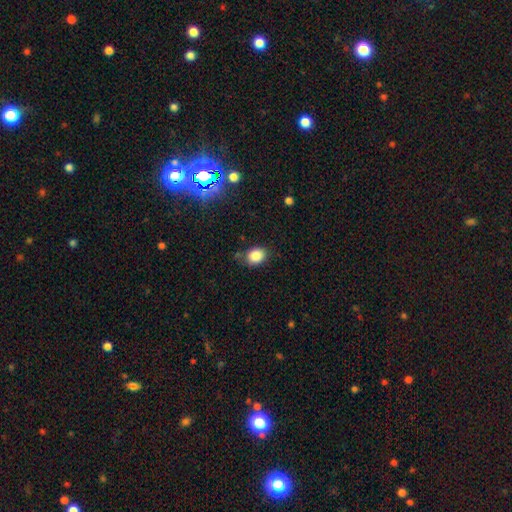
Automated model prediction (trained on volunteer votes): Smooth or featured: smooth — 85% (star or artifact — 10%)
How rounded: in between — 52% (round — 47%)
Merging: none — 76% (minor disturbance — 17%)